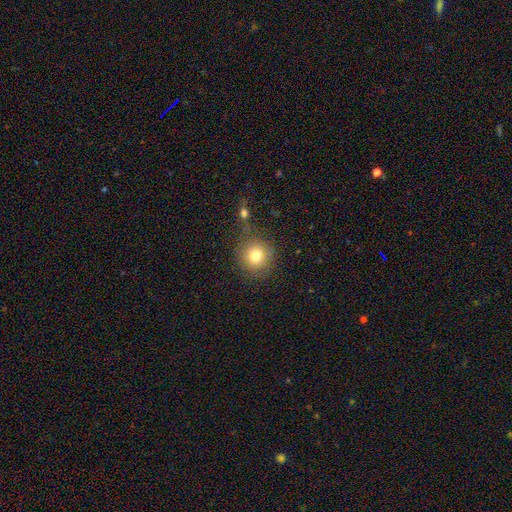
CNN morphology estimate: This is likely a smooth galaxy (78%). How rounded: clearly round (91%). Merging: likely none (77%).